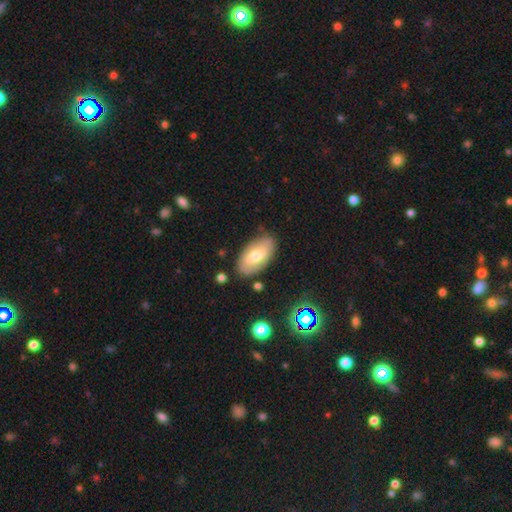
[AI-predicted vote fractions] This appears to be a smooth galaxy with no disk features (60%) that is in between round and cigar-shaped (94%). Merging: none (81%).